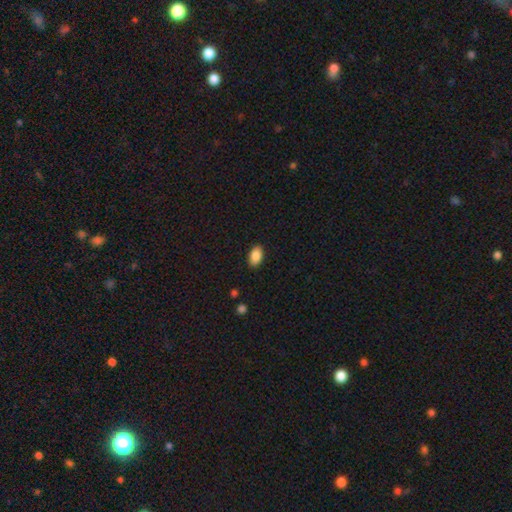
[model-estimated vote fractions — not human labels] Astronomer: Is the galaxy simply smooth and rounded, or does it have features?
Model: smooth — 87%.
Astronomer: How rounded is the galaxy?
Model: in between — 91%.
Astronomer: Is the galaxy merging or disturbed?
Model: none — 88%.